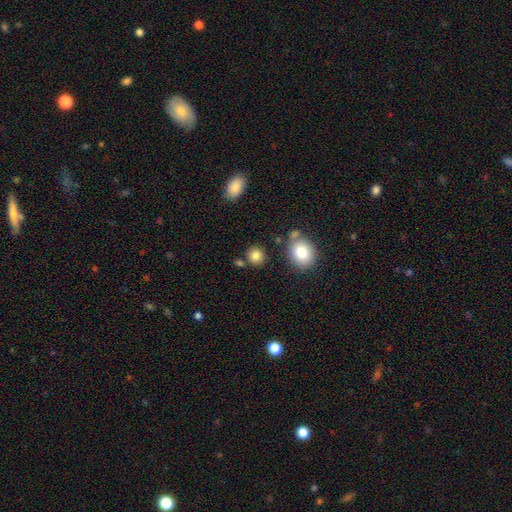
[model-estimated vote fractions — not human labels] This is clearly a smooth galaxy (84%). How rounded: clearly round (83%). Merging: likely none (78%).